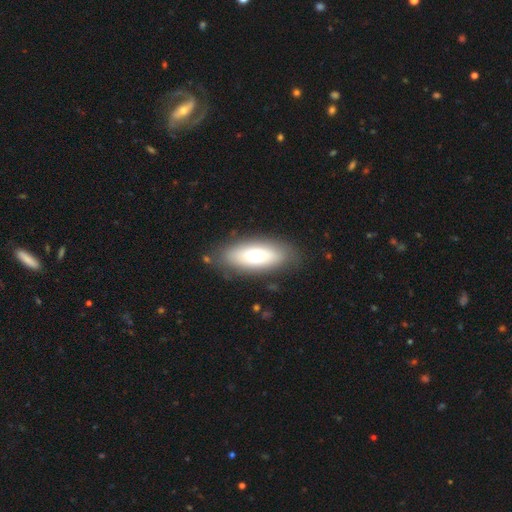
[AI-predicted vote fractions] This appears to be a smooth galaxy with no disk features (68%) that is in between round and cigar-shaped (78%). Merging: none (82%).